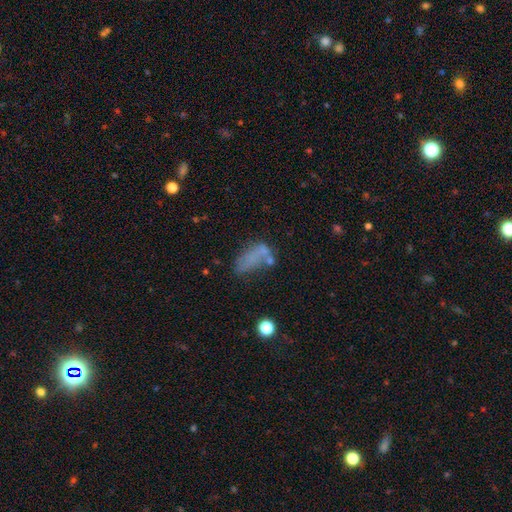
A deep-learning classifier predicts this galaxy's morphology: Smooth or featured?
  - smooth: 56% *
  - featured or disk: 27%
  - star or artifact: 17%
How rounded?
  - in between: 77% *
  - cigar-shaped: 16%
  - round: 6%
Merging?
  - none: 34% *
  - major disturbance: 25%
  - minor disturbance: 21%
  - merger: 20%